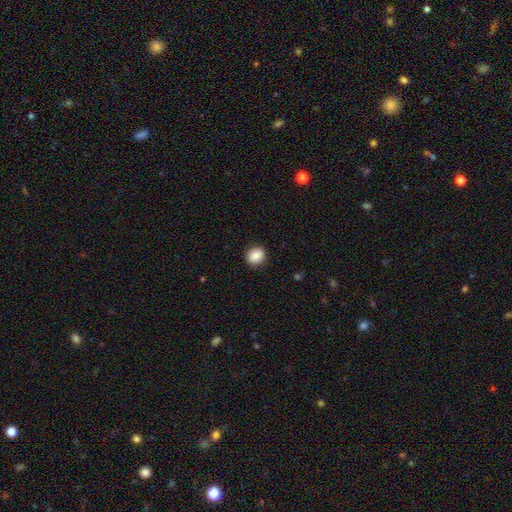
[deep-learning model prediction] Morphology: type=smooth (86%); roundness=round (83%); merging=none (90%).